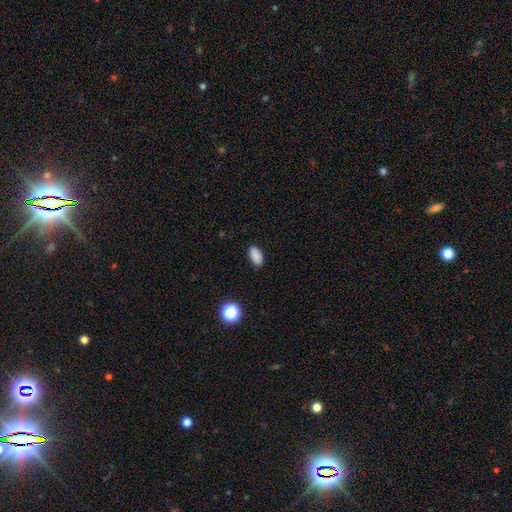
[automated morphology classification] Smooth or featured?
  - smooth: 87% *
  - star or artifact: 10%
  - featured or disk: 3%
How rounded?
  - in between: 93% *
  - round: 5%
  - cigar-shaped: 3%
Merging?
  - none: 88% *
  - minor disturbance: 9%
  - major disturbance: 2%
  - merger: 1%